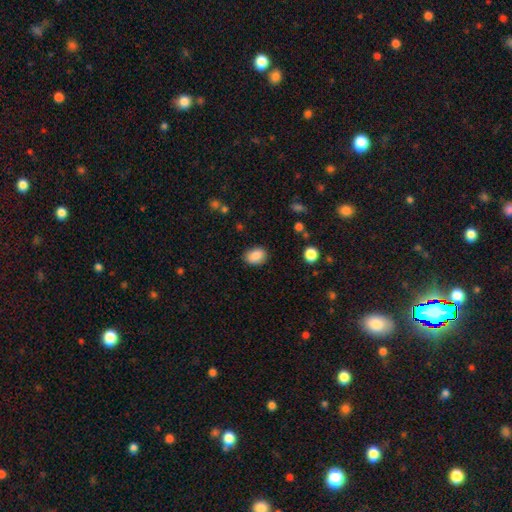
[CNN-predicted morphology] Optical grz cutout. It shows a smooth galaxy with no disk features (87%) that is in between round and cigar-shaped (71%). Merging: none (83%).